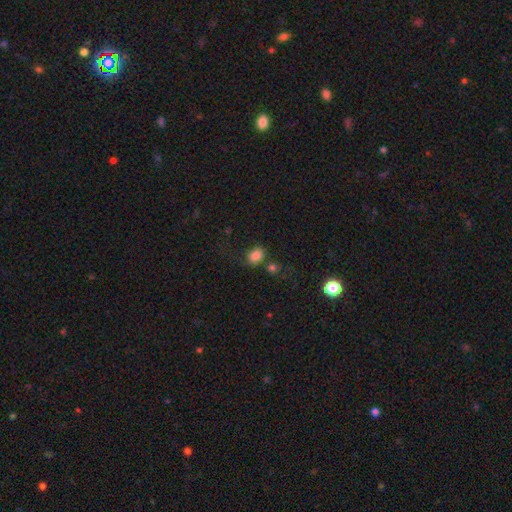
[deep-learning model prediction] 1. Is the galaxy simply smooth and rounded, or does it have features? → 82% smooth, 11% star or artifact, 6% featured or disk.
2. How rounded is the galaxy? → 62% in between, 37% round, 1% cigar-shaped.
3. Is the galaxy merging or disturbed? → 60% none, 19% minor disturbance, 12% merger, 9% major disturbance.